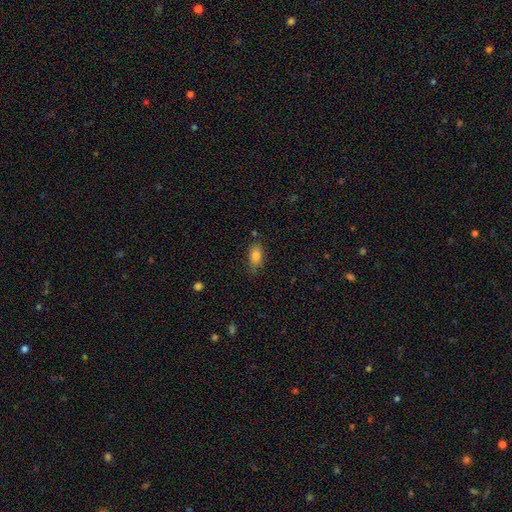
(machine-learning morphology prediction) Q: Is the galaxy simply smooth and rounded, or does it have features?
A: smooth — 82%.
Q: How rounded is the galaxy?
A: in between — 87%.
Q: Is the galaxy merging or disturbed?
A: none — 71%.